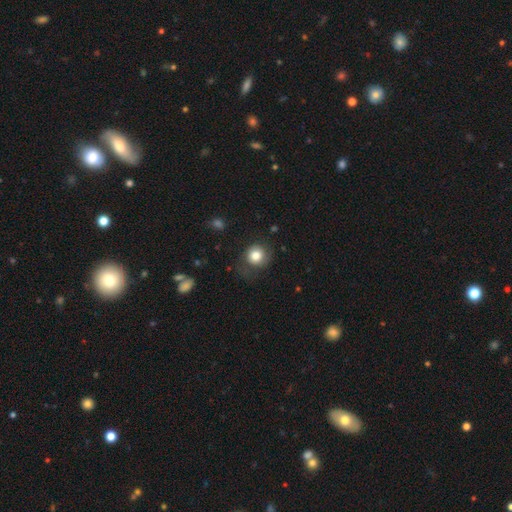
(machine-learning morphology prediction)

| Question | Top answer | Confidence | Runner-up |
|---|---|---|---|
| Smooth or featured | smooth | 80% | star or artifact (10%) |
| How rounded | round | 85% | in between (14%) |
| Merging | none | 65% | minor disturbance (21%) |